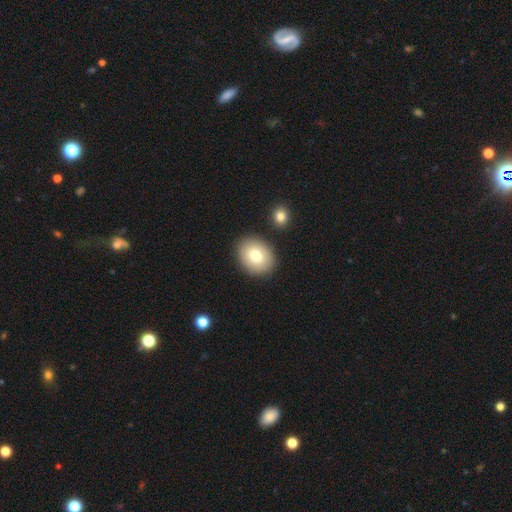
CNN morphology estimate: A smooth galaxy with no disk features (78%) that is round (52%). Merging: none (86%).